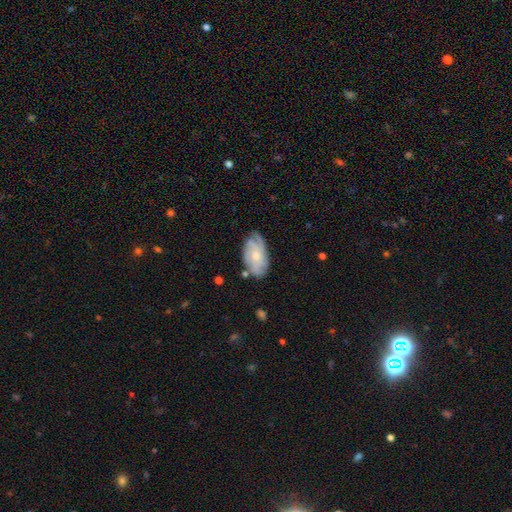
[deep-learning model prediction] smooth_or_featured: featured or disk (p=0.61) [alt: smooth p=0.32]
disk_edge_on: no (p=0.94) [alt: yes p=0.06]
bar: no (p=0.76) [alt: weak p=0.21]
has_spiral_arms: yes (p=0.85) [alt: no p=0.15]
bulge_size: small (p=0.53) [alt: moderate p=0.41]
merging: none (p=0.68) [alt: minor disturbance p=0.23]